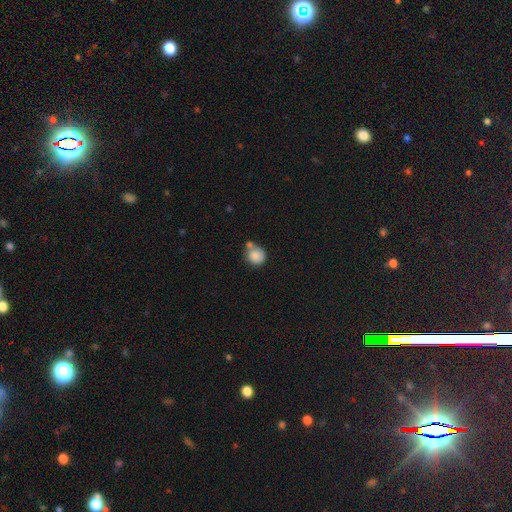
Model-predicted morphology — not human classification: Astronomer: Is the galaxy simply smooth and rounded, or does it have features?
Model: smooth — 84%.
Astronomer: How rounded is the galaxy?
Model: round — 84%.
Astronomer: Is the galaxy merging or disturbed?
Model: none — 45% (runner-up: merger, 34%).